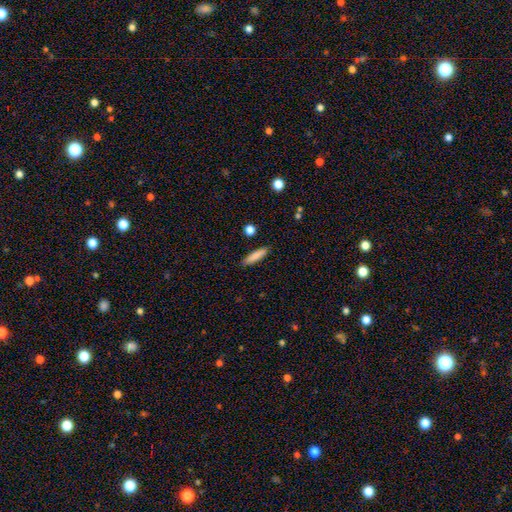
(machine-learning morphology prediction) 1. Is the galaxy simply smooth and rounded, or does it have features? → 83% smooth, 10% featured or disk, 7% star or artifact.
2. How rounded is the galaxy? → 78% cigar-shaped, 21% in between, 2% round.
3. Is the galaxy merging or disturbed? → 88% none, 8% minor disturbance, 2% major disturbance, 2% merger.